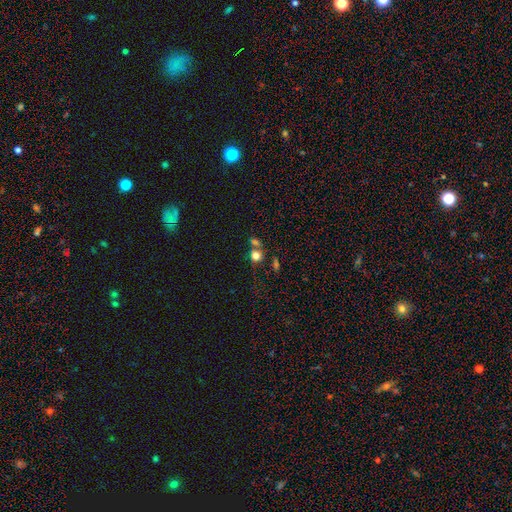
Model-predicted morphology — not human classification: smooth 74%, star or artifact 16%, featured or disk 11%. Down the decision tree: how rounded — round (78%); merging — none (51%).